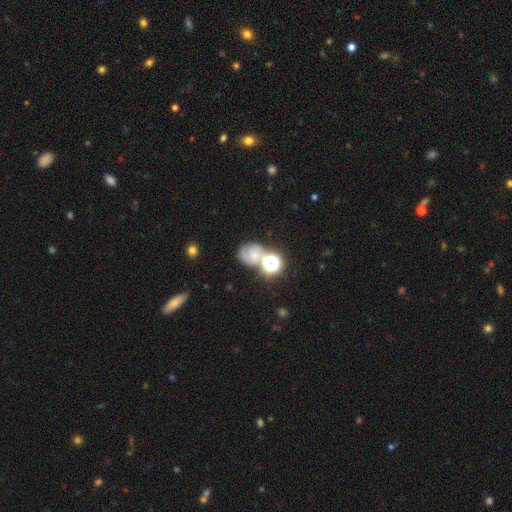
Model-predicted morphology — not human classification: type=smooth (42%); merging=none (39%).